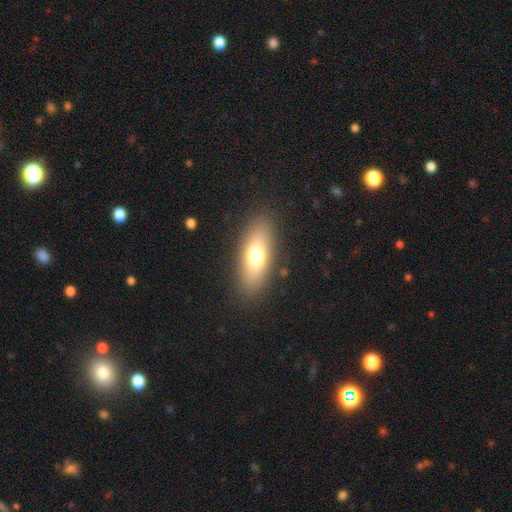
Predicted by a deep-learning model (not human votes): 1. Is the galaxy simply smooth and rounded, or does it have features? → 69% smooth, 22% featured or disk, 9% star or artifact.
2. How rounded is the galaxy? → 76% in between, 19% cigar-shaped, 5% round.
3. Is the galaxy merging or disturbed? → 86% none, 9% minor disturbance, 4% major disturbance, 1% merger.